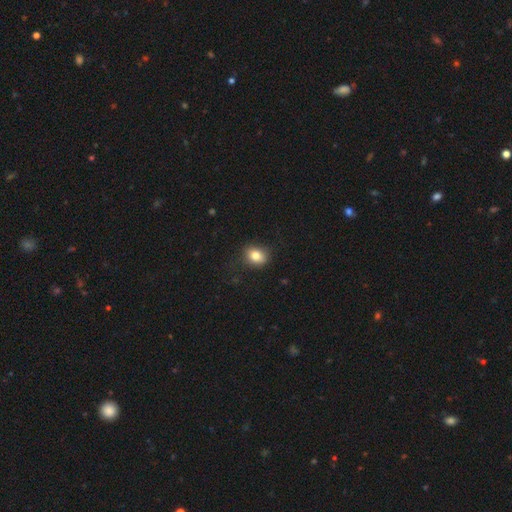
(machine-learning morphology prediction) This appears to be a smooth galaxy with no disk features (81%) that is in between round and cigar-shaped (54%). Merging: none (81%).